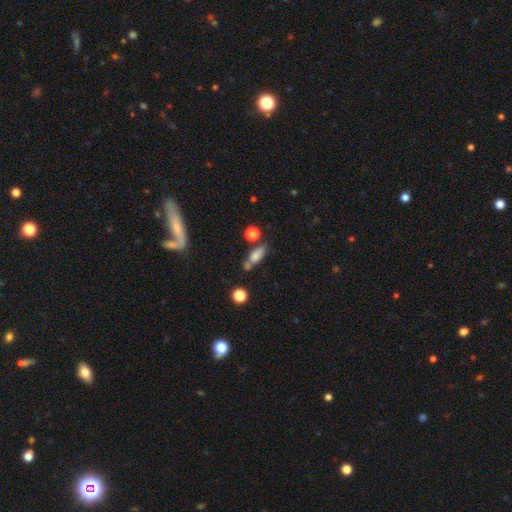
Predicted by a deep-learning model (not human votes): Smooth or featured? Predicted: smooth (p=0.74). How rounded? Predicted: in between (p=0.68). Merging? Predicted: none (p=0.56).